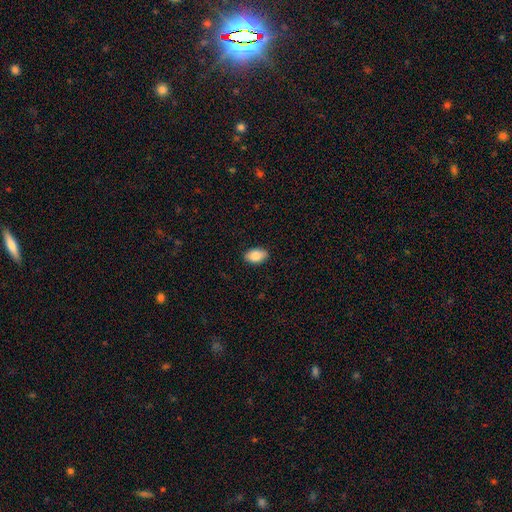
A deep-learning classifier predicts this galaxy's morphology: Smooth or featured? Predicted: smooth (p=0.87). How rounded? Predicted: in between (p=0.93). Merging? Predicted: none (p=0.88).